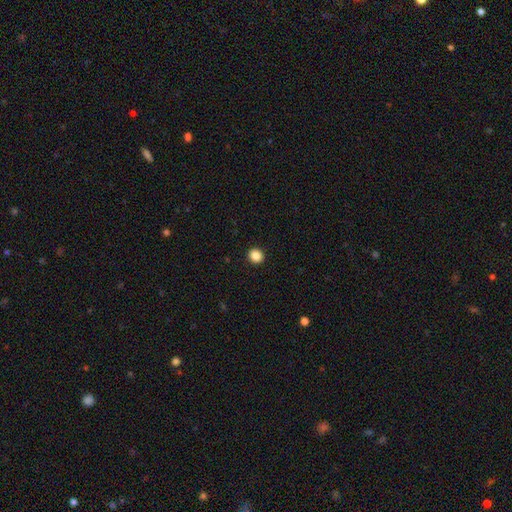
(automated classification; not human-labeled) This is clearly a smooth galaxy (87%). How rounded: clearly round (85%). Merging: clearly none (93%).